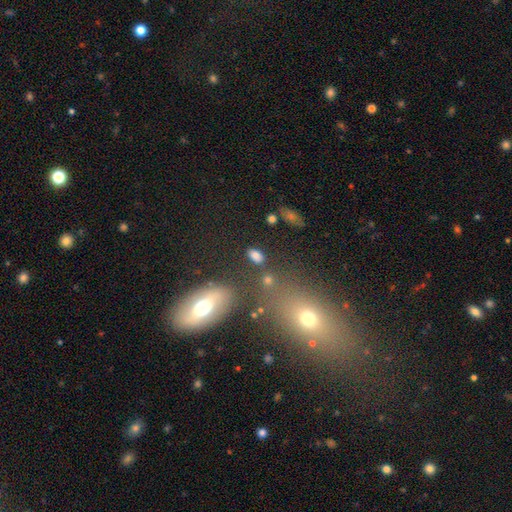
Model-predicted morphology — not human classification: Smooth or featured? Predicted: smooth (p=0.80). How rounded? Predicted: in between (p=0.87). Merging? Predicted: none (p=0.77).